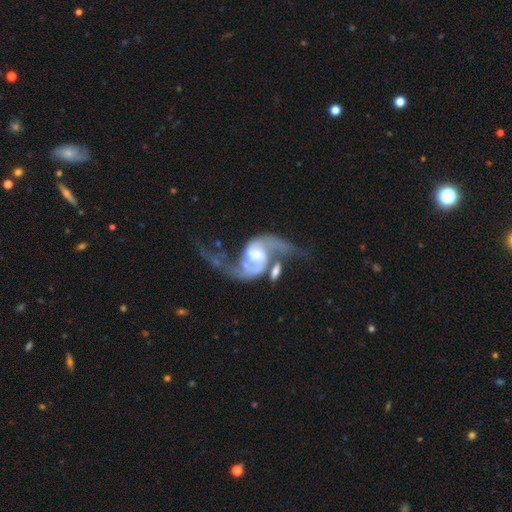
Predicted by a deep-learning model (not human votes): A featured or disk galaxy (90%) with no bar (49%), 2 (92%) loose (64%) spiral arms (97%) and a moderate central bulge (35%).

Vote fractions:
- Smooth or featured? featured or disk: 90% / star or artifact: 5% / smooth: 5%
- Edge-on disk? no: 98% / yes: 2%
- Bar? no: 49% / weak: 38% / strong: 14%
- Spiral arms? yes: 97% / no: 3%
- Spiral winding? loose: 64% / medium: 29% / tight: 7%
- Spiral arm count? 2: 92% / 1: 2% / can't tell: 2% / 3: 1% / 4: 1% / more than 4: 1%
- Bulge size? moderate: 35% / small: 31% / none: 17% / large: 15% / dominant: 3%
- Merging? none: 32% / merger: 30% / major disturbance: 24% / minor disturbance: 13%